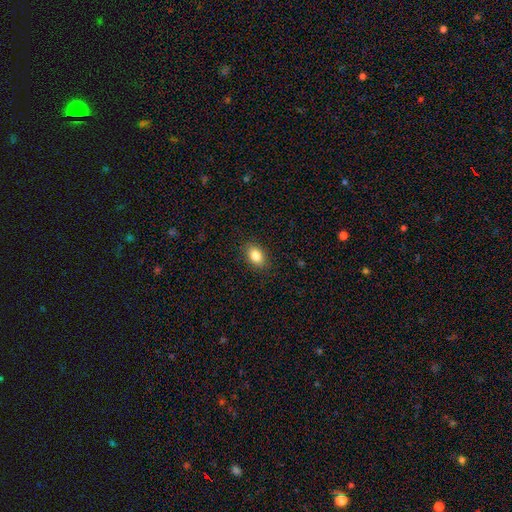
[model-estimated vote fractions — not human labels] Overall: smooth (85%). How rounded: in between (84%). Merging: none (88%).